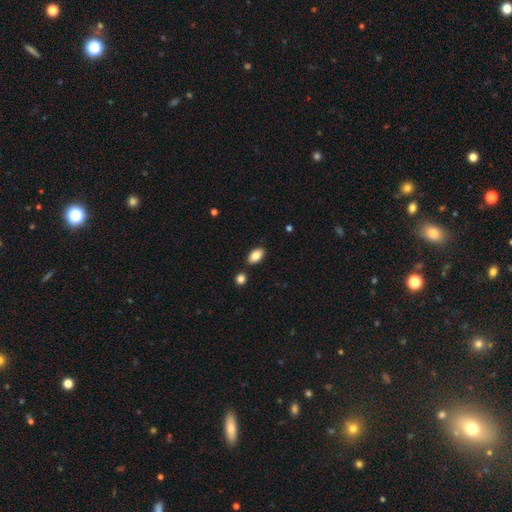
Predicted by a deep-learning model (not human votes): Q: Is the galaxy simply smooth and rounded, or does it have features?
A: smooth — 84%.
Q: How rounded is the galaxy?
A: in between — 93%.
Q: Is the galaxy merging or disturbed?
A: none — 84%.